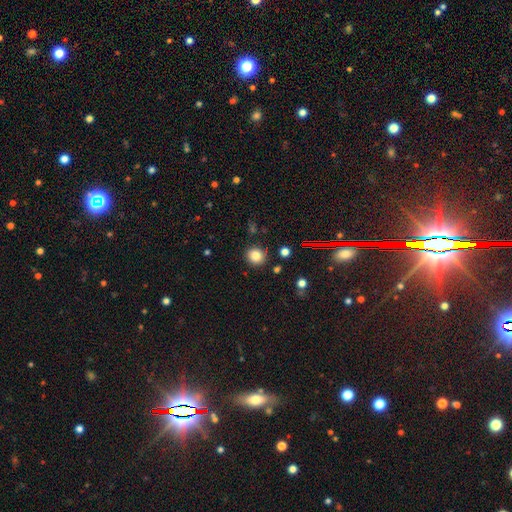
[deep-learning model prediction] The model was most divided on "smooth or featured": smooth: 81%, star or artifact: 13%, featured or disk: 7%. More confident: merging — none (88%); how rounded — round (87%).